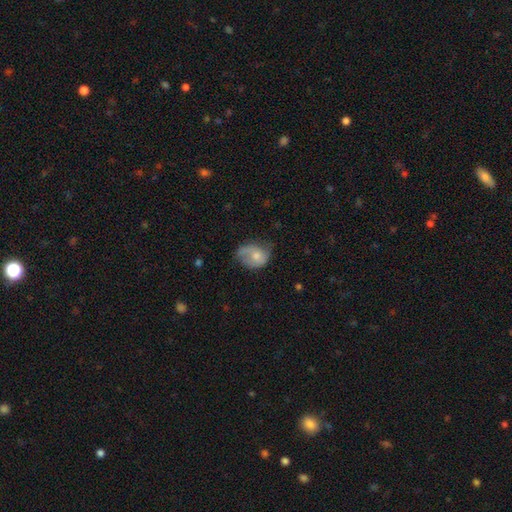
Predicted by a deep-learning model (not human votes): The model was most divided on "merging": none: 37%, minor disturbance: 36%, major disturbance: 25%, merger: 2%. More confident: how rounded — in between (58%); smooth or featured — smooth (55%).